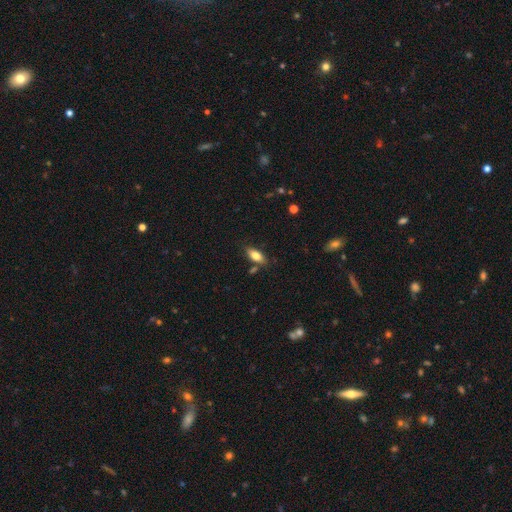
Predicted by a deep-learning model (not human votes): Overall: smooth (76%). How rounded: in between (84%). Merging: none (77%).